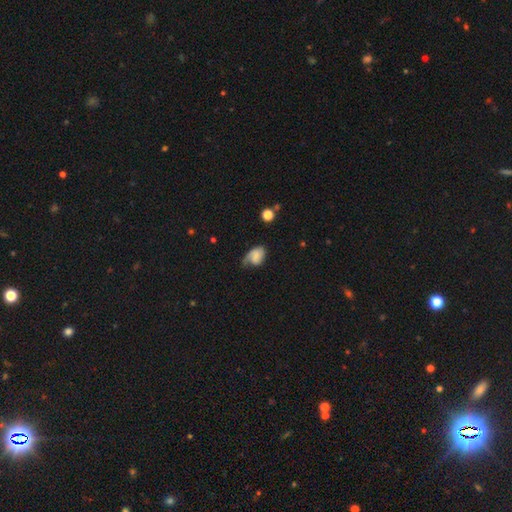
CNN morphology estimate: smooth 57%, featured or disk 34%, star or artifact 9%. Down the decision tree: how rounded — in between (77%); merging — minor disturbance (37%).